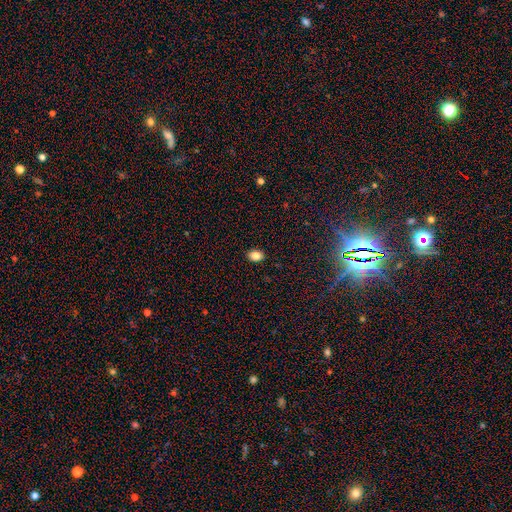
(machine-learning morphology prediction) This is clearly a smooth galaxy (85%). How rounded: likely in between (71%). Merging: clearly none (90%).